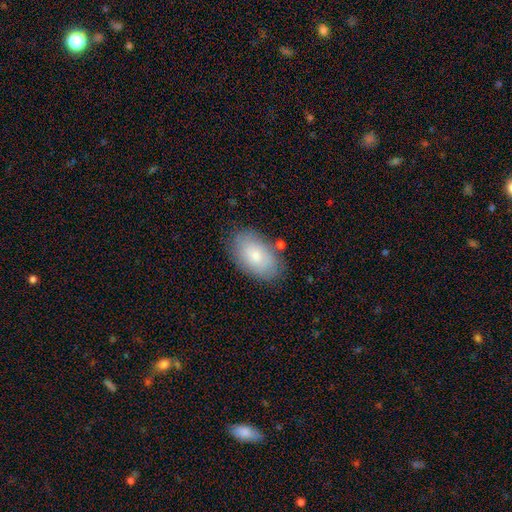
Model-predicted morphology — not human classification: smooth-or-featured: smooth: 70% | featured or disk: 23% | star or artifact: 7%
  how-rounded: in between: 92% | round: 7% | cigar-shaped: 1%
  merging: none: 79% | minor disturbance: 15% | major disturbance: 4% | merger: 3%